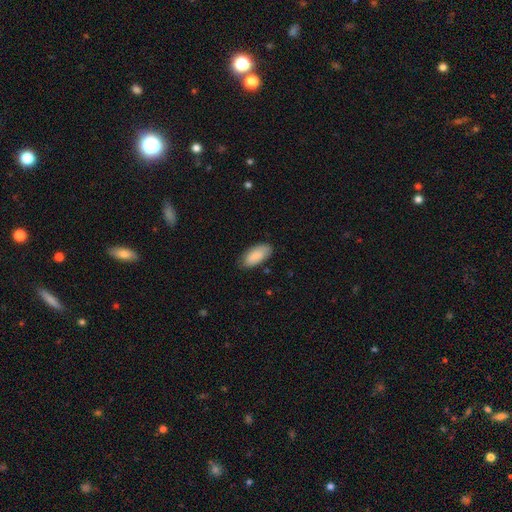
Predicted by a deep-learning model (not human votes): This is clearly a smooth galaxy (88%). How rounded: clearly in between (91%). Merging: likely none (78%).